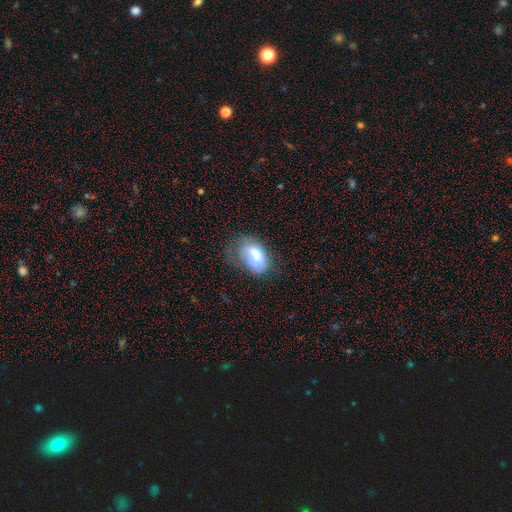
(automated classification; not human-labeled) smooth-or-featured: smooth: 65% | featured or disk: 26% | star or artifact: 9%
  how-rounded: in between: 89% | round: 8% | cigar-shaped: 2%
  merging: minor disturbance: 33% | none: 32% | major disturbance: 31% | merger: 5%